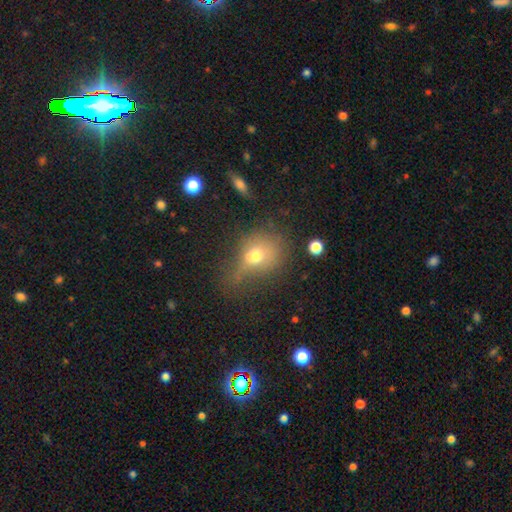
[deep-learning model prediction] Smooth or featured? smooth (65%)
How rounded? round (58%)
Merging? none (34%)